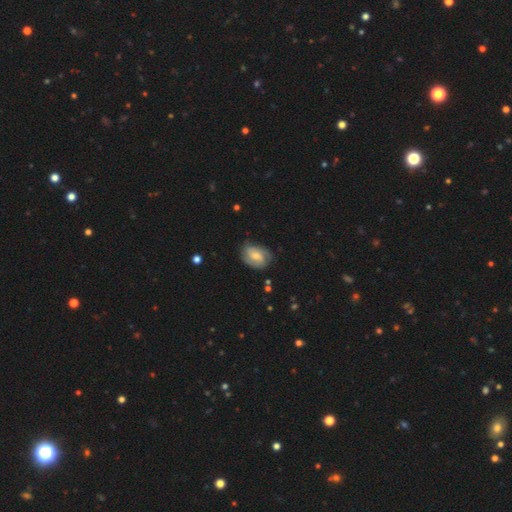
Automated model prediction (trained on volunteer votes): The model was most divided on "bar": weak: 46%, no: 42%, strong: 12%. Remaining: edge-on disk — no (96%); spiral arms — yes (84%); merging — none (66%); smooth or featured — featured or disk (54%); bulge size — moderate (48%).